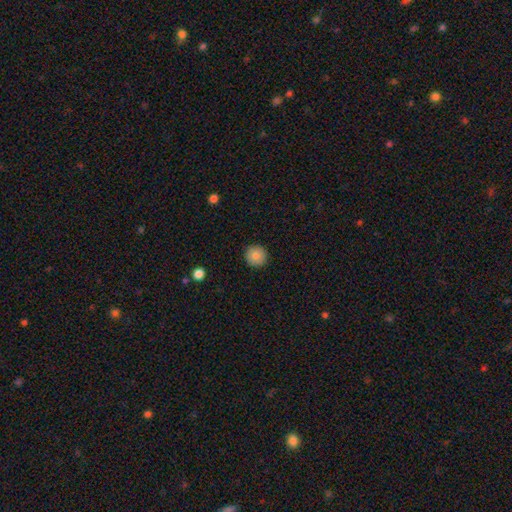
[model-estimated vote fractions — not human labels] Smooth or featured? Predicted: smooth (p=0.83). How rounded? Predicted: round (p=0.95). Merging? Predicted: none (p=0.92).